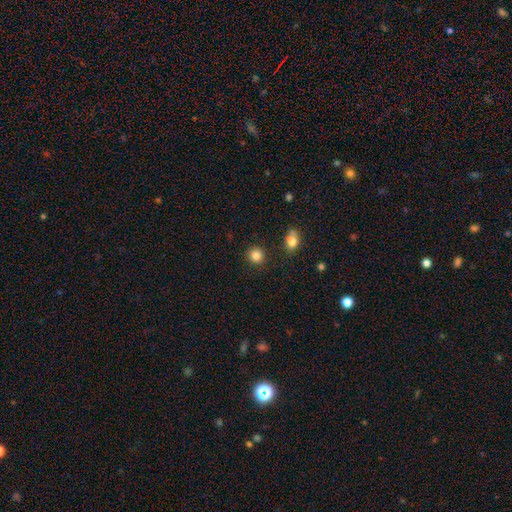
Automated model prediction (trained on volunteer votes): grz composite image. It shows a smooth galaxy with no disk features (84%) that is round (91%). Merging: none (89%).